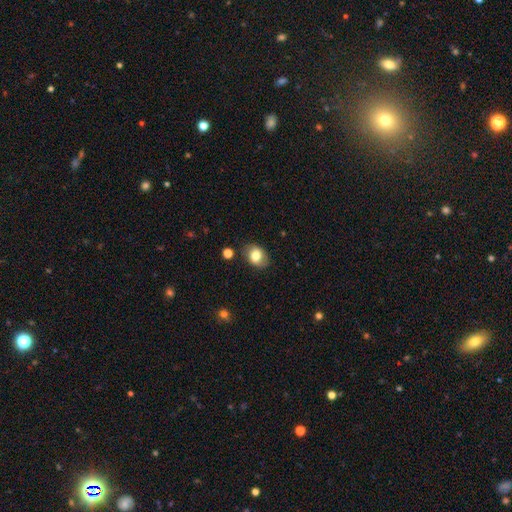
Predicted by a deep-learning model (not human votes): Overall: smooth (78%). How rounded: in between (68%; round 31%). Merging: none (80%).